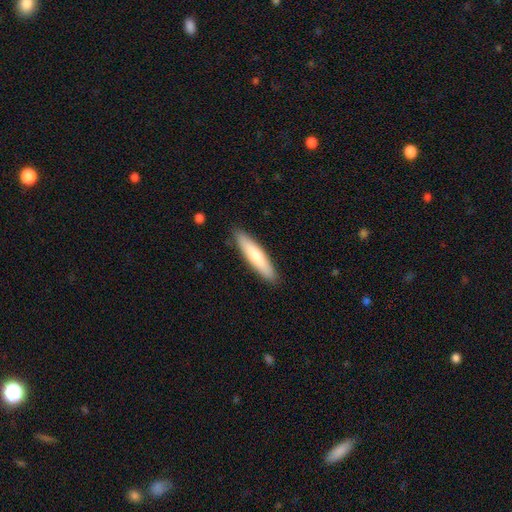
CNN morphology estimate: A smooth galaxy with no disk features (74%) that is cigar-shaped (82%). Merging: none (89%).